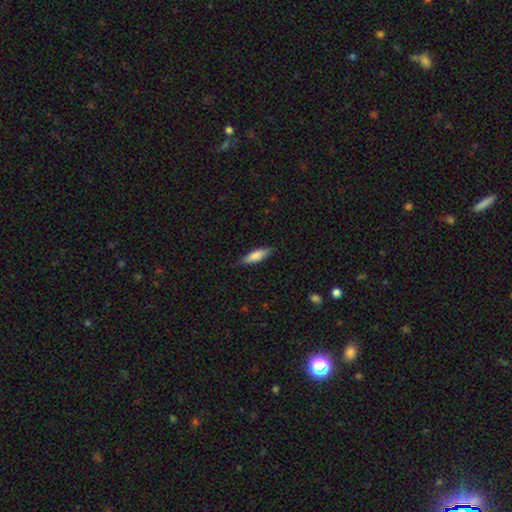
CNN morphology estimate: Smooth or featured: smooth — 73% (featured or disk — 21%)
How rounded: cigar-shaped — 55% (in between — 43%)
Merging: none — 82% (minor disturbance — 14%)